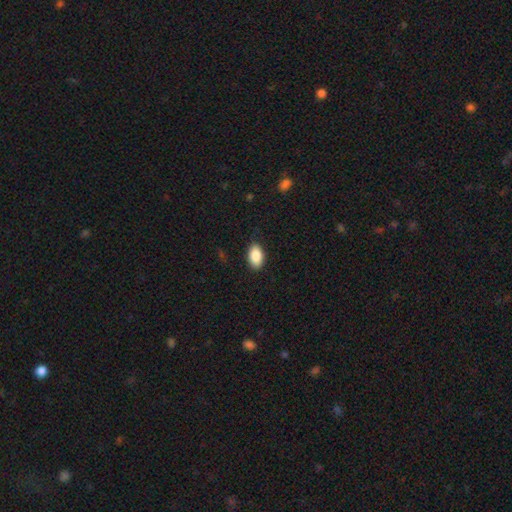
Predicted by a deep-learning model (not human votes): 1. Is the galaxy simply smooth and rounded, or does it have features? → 89% smooth, 7% star or artifact, 5% featured or disk.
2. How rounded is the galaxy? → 93% in between, 5% round, 2% cigar-shaped.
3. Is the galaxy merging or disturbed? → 85% none, 11% minor disturbance, 2% major disturbance, 1% merger.